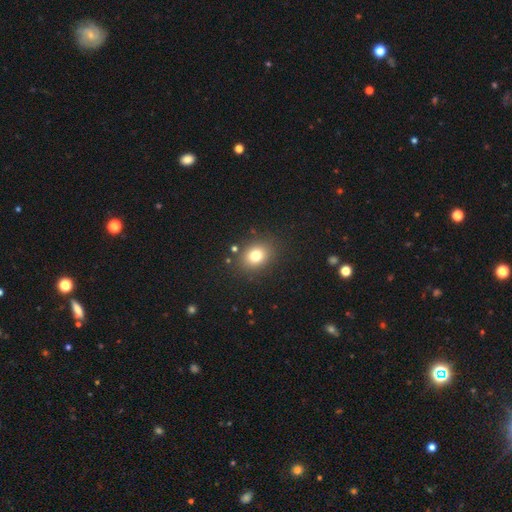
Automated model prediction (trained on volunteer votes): Smooth or featured? Predicted: smooth (p=0.77). How rounded? Predicted: round (p=0.52). Merging? Predicted: none (p=0.85).